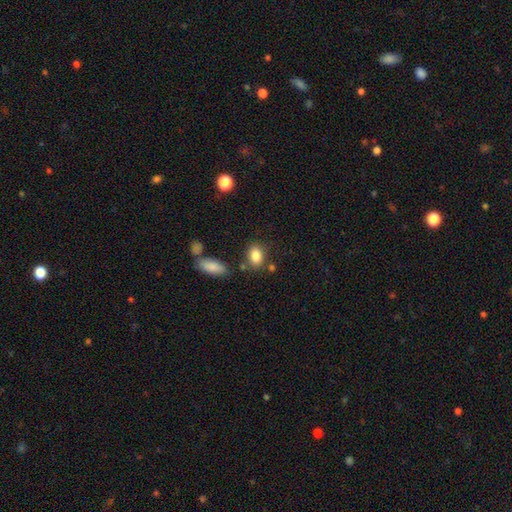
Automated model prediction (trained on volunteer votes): The model was most divided on "merging": none: 73%, minor disturbance: 14%, merger: 9%, major disturbance: 4%. More confident: smooth or featured — smooth (84%); how rounded — in between (80%).